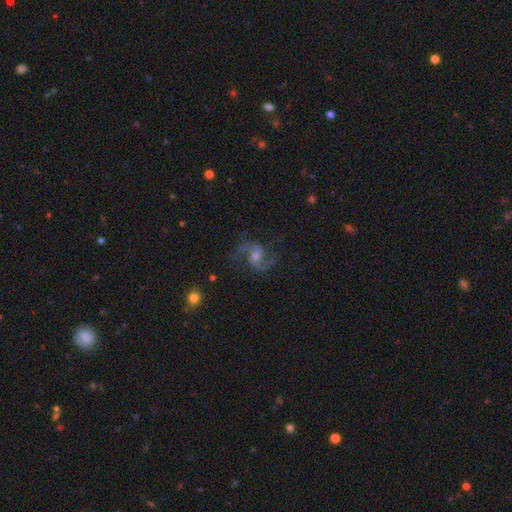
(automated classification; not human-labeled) Smooth or featured? featured or disk (87%)
Edge-on disk? no (98%)
Bar? weak (47%)
Spiral arms? yes (97%)
Spiral winding? medium (52%)
Spiral arm count? 2 (93%)
Bulge size? moderate (48%)
Merging? none (78%)